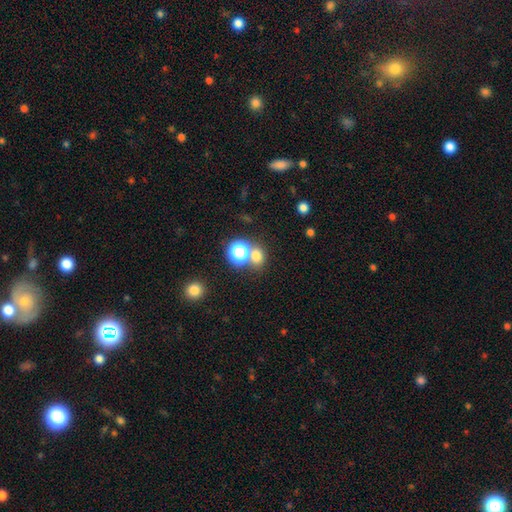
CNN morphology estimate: Smooth or featured: smooth — 69% (star or artifact — 24%)
How rounded: round — 71% (in between — 28%)
Merging: none — 63% (merger — 26%)